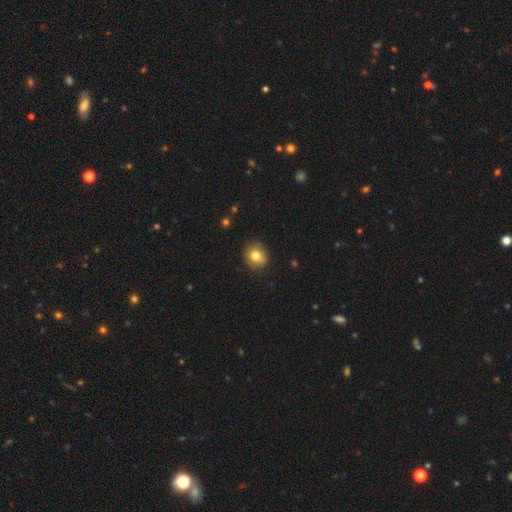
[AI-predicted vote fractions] Q: Smooth or featured?
A: smooth (78%); runner-up: featured or disk (12%)
Q: How rounded?
A: round (75%); runner-up: in between (24%)
Q: Merging?
A: none (82%); runner-up: minor disturbance (14%)